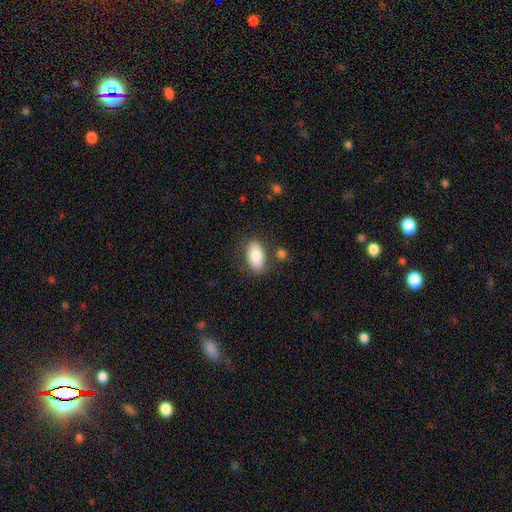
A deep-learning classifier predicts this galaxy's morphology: Smooth or featured? Predicted: smooth (p=0.83). How rounded? Predicted: in between (p=0.92). Merging? Predicted: none (p=0.77).